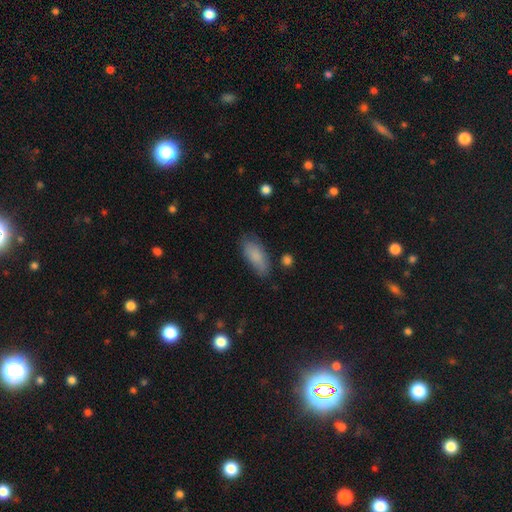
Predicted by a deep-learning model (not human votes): Morphology: type=smooth (83%); roundness=in between (81%); merging=none (71%).